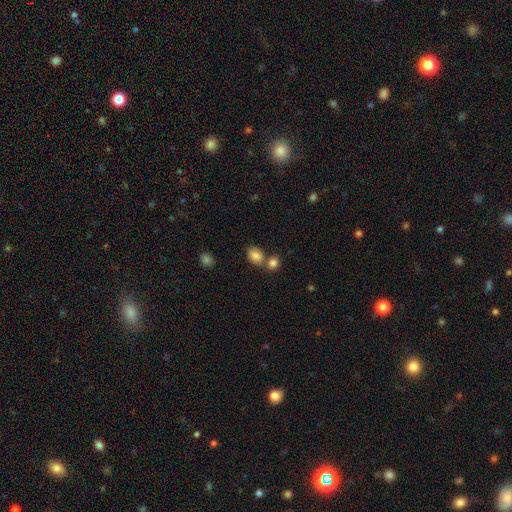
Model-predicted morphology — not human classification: smooth 84%, star or artifact 10%, featured or disk 7%. Down the decision tree: how rounded — in between (64%); merging — none (56%).